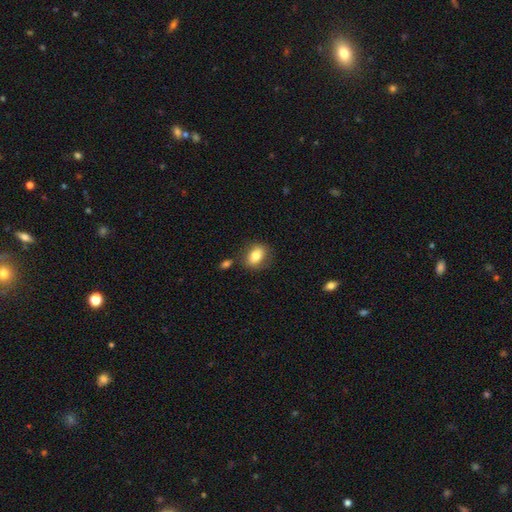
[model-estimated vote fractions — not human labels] Overall: smooth (79%). How rounded: in between (76%). Merging: none (74%).